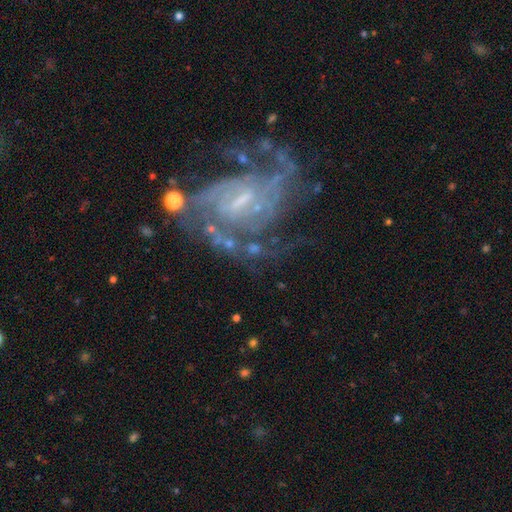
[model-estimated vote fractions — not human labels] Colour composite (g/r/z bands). It shows a featured or disk galaxy (87%) with a weak bar (55%), 2 (40%) medium (48%) spiral arms (94%) and a small central bulge (53%). Merging: none (56%).